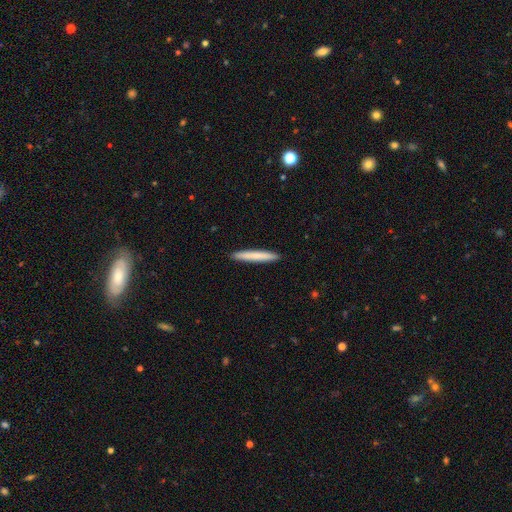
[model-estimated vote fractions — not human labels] smooth-or-featured: smooth: 72% | featured or disk: 23% | star or artifact: 5%
  how-rounded: cigar-shaped: 96% | in between: 3% | round: 1%
  merging: none: 93% | minor disturbance: 5% | major disturbance: 1% | merger: 1%